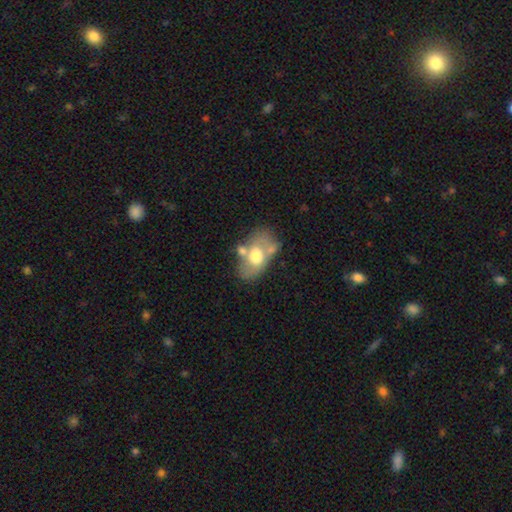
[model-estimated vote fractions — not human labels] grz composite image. It shows a smooth galaxy with no disk features (50%). Merging: none (46%).